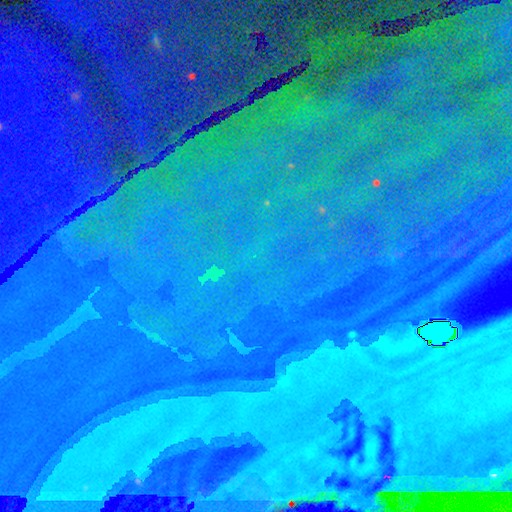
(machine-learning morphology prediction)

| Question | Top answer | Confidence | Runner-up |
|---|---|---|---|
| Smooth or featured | star or artifact | 87% | featured or disk (7%) |